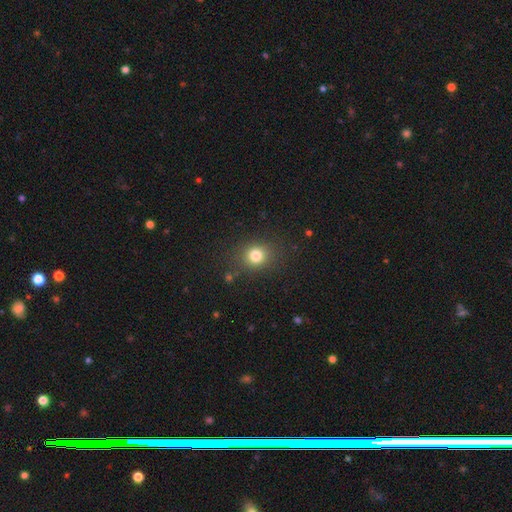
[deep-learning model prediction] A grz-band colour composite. It shows a smooth galaxy with no disk features (79%) that is round (75%). Merging: none (83%).